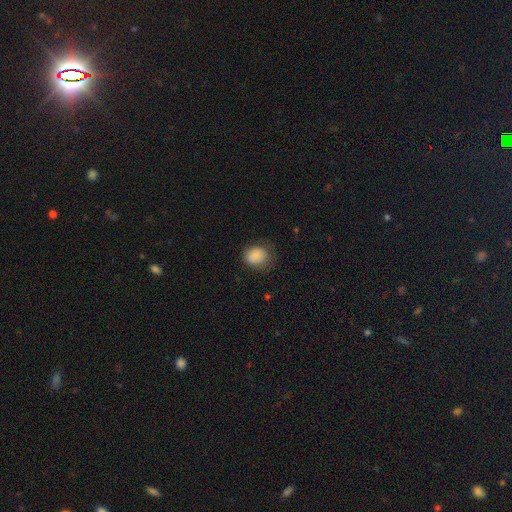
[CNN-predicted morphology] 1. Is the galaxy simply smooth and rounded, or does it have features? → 85% smooth, 9% star or artifact, 6% featured or disk.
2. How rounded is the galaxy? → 64% round, 35% in between, 1% cigar-shaped.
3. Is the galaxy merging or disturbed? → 65% none, 24% minor disturbance, 9% major disturbance, 1% merger.